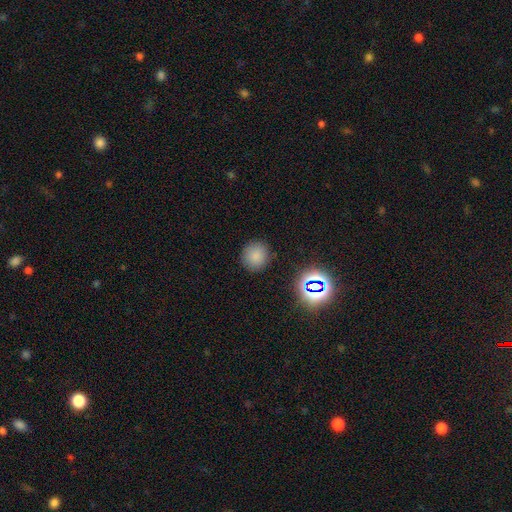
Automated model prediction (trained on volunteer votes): Smooth or featured: smooth — 80% (star or artifact — 15%)
How rounded: round — 90% (in between — 9%)
Merging: none — 88% (minor disturbance — 8%)